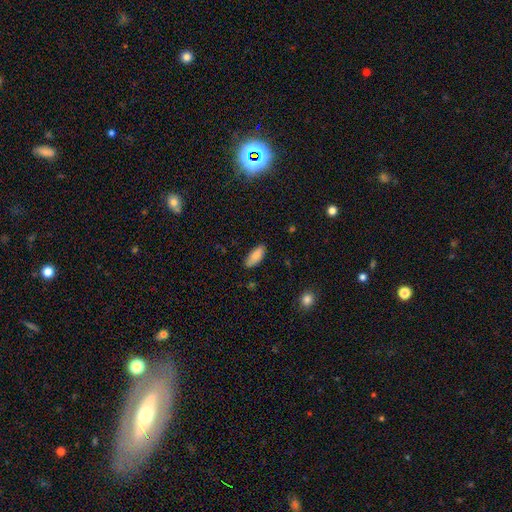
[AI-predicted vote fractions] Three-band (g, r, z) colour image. It shows a smooth galaxy with no disk features (87%) that is in between round and cigar-shaped (84%). Merging: none (83%).